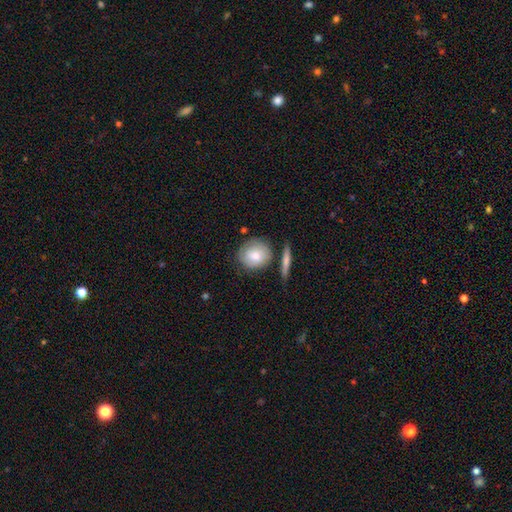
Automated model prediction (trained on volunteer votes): Smooth or featured? Predicted: smooth (p=0.71). How rounded? Predicted: round (p=0.81). Merging? Predicted: none (p=0.66).